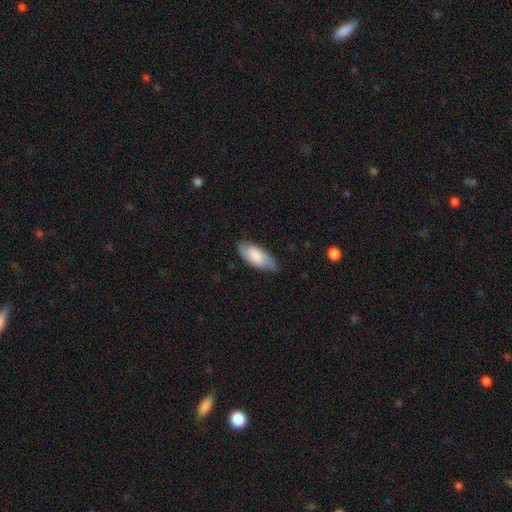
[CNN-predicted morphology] type=smooth (72%); roundness=in between (88%); merging=none (74%).